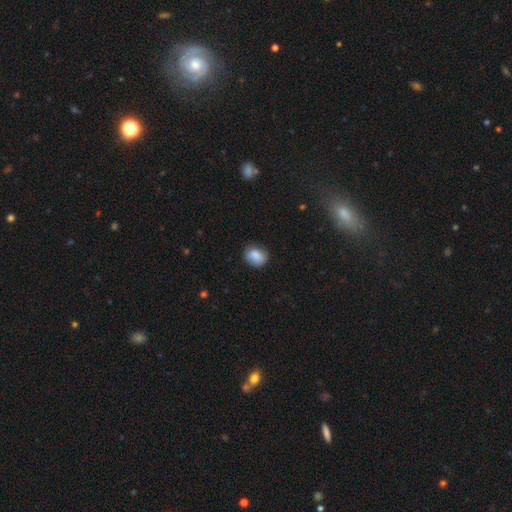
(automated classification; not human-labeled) This is clearly a smooth galaxy (85%). How rounded: possibly round (55%). Merging: likely none (78%).